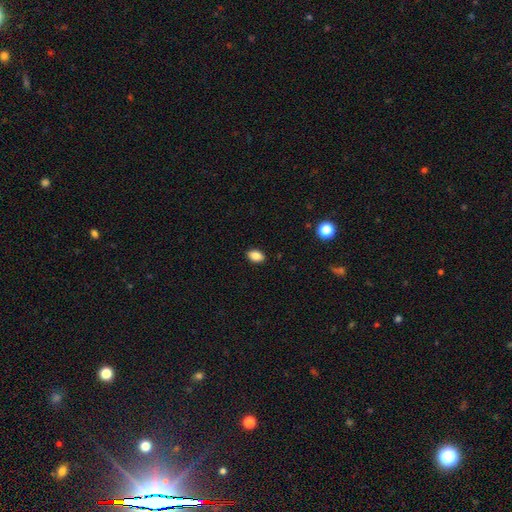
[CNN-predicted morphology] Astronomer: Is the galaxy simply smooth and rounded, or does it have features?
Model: smooth — 86%.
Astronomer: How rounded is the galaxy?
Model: in between — 87%.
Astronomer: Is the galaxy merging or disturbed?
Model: none — 89%.